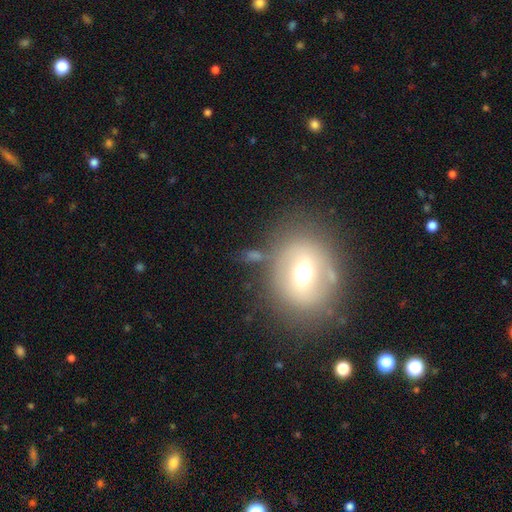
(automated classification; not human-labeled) Smooth or featured? Predicted: smooth (p=0.48). Merging? Predicted: none (p=0.66).